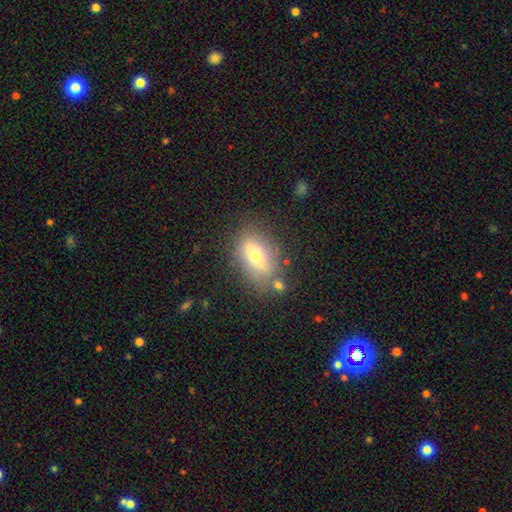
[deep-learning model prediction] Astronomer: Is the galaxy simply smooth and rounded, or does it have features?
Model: smooth — 62%.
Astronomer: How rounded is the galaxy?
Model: in between — 85%.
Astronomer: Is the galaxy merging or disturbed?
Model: none — 69%.